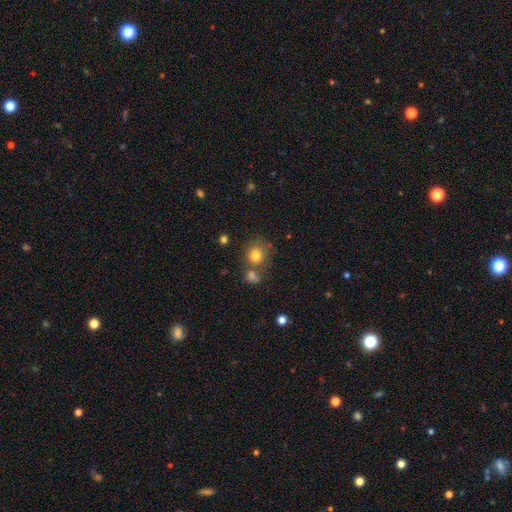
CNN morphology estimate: Smooth or featured? smooth (79%)
How rounded? round (83%)
Merging? none (61%)